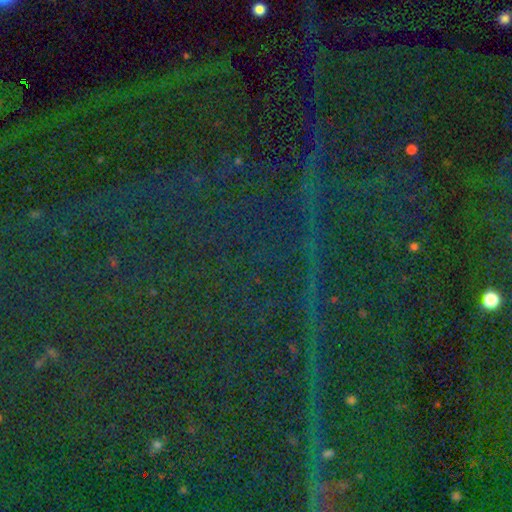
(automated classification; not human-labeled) A star or artifact, not a galaxy (85%).

Vote fractions:
- Smooth or featured? star or artifact: 85% / smooth: 7% / featured or disk: 7%